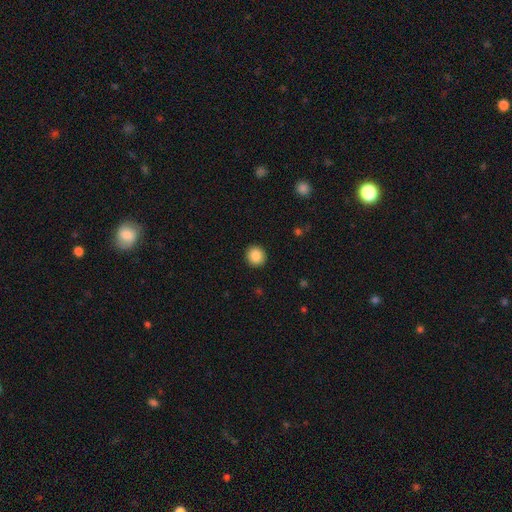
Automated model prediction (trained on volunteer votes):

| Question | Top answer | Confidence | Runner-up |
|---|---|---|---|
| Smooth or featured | smooth | 88% | star or artifact (9%) |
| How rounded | round | 93% | in between (6%) |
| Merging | none | 92% | minor disturbance (5%) |